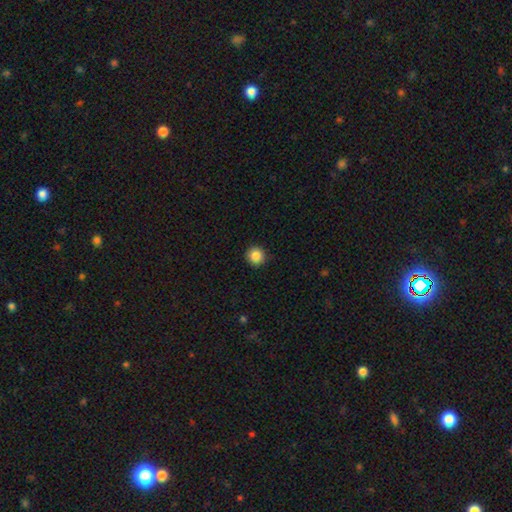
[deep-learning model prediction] Smooth or featured? Predicted: smooth (p=0.87). How rounded? Predicted: round (p=0.94). Merging? Predicted: none (p=0.91).